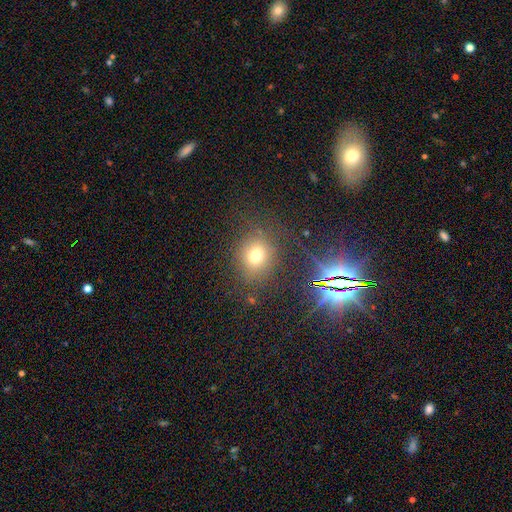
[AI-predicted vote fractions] A smooth galaxy with no disk features (68%) that is round (64%). Merging: none (76%).